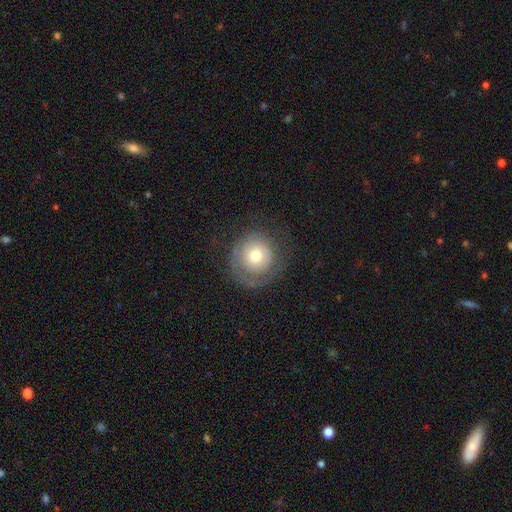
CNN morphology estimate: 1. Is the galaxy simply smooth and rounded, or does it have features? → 54% smooth, 37% featured or disk, 9% star or artifact.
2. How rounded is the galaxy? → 91% round, 8% in between, 1% cigar-shaped.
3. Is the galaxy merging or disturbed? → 64% none, 18% minor disturbance, 17% major disturbance, 1% merger.